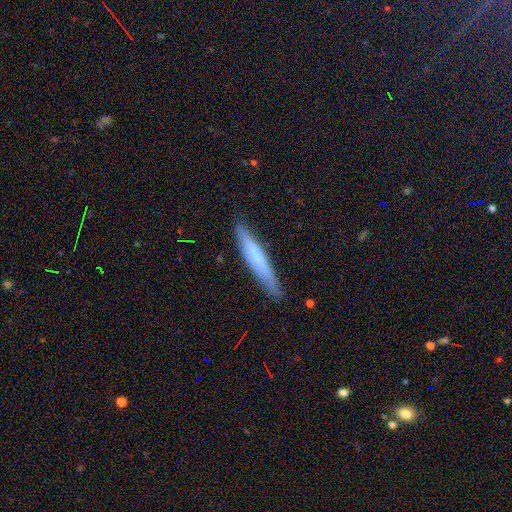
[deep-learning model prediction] Morphology: type=featured or disk (48%); merging=none (81%).